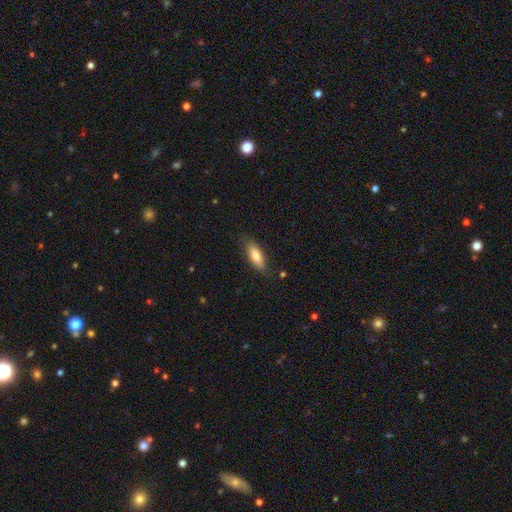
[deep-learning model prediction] This appears to be a smooth galaxy with no disk features (79%) that is in between round and cigar-shaped (68%). Merging: none (81%).